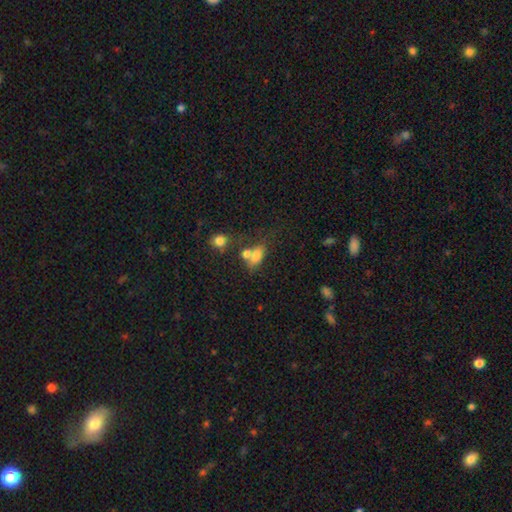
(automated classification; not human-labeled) Morphology: type=smooth (74%); roundness=in between (80%); merging=merger (42%).